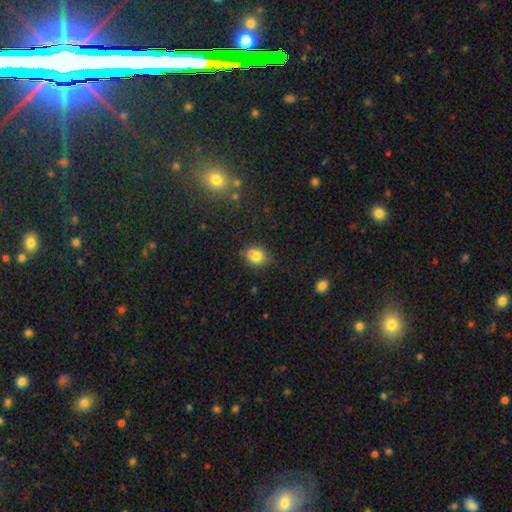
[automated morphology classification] Smooth or featured?
  - smooth: 78% *
  - star or artifact: 12%
  - featured or disk: 11%
How rounded?
  - round: 50% *
  - in between: 49%
  - cigar-shaped: 1%
Merging?
  - none: 60% *
  - merger: 18%
  - minor disturbance: 18%
  - major disturbance: 4%